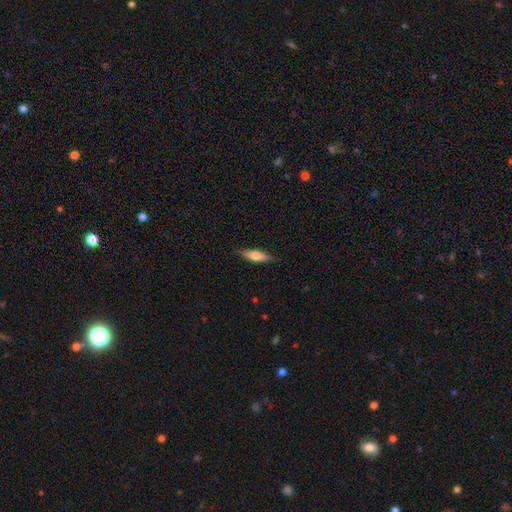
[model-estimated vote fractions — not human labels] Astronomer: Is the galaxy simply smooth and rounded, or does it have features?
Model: smooth — 57% (runner-up: featured or disk, 37%).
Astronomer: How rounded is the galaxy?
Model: cigar-shaped — 67%.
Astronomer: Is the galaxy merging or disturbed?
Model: none — 87%.